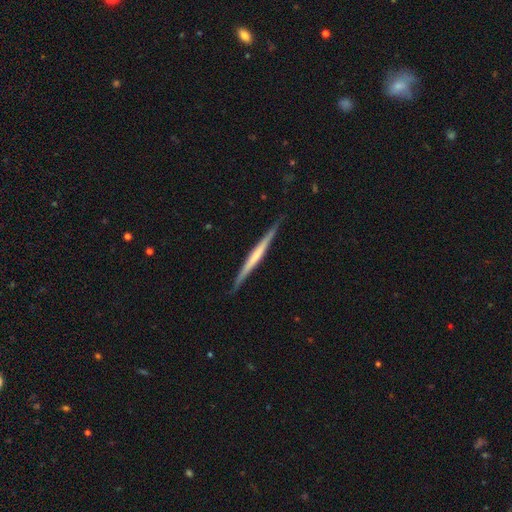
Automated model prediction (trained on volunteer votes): Smooth or featured? Predicted: featured or disk (p=0.63). Edge-on disk? Predicted: yes (p=0.98). Edge-on bulge? Predicted: none (p=0.70). Merging? Predicted: none (p=0.88).